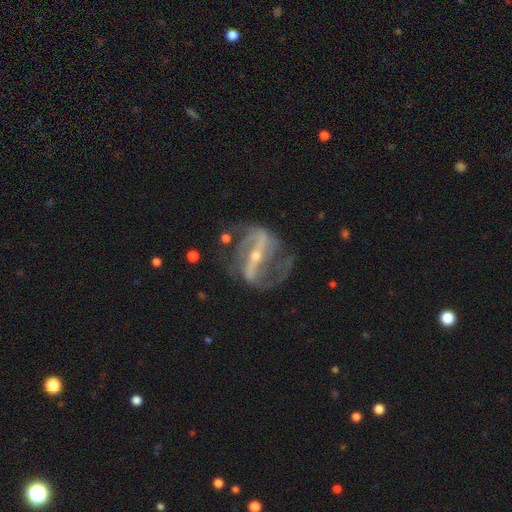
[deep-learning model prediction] The model was most divided on "spiral winding" (2-way tie): medium: 41%, loose: 41%, tight: 18%. More confident: spiral arms — yes (92%); edge-on disk — no (91%); smooth or featured — featured or disk (89%); spiral arm count — 2 (85%); bar — strong (79%); bulge size — small (68%); merging — none (63%).